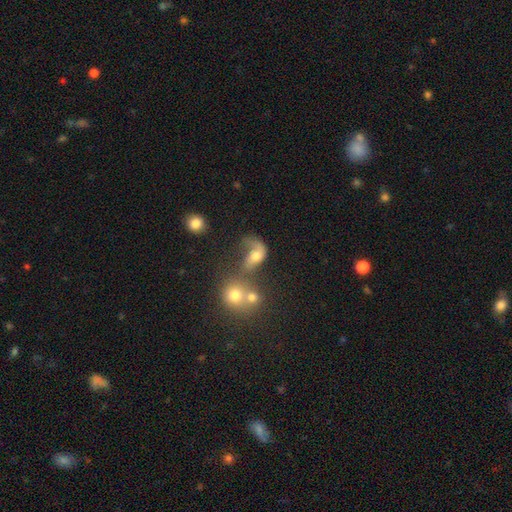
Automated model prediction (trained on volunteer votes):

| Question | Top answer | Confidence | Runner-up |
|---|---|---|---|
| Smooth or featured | featured or disk | 47% | smooth (40%) |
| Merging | merger | 33% | major disturbance (31%) |